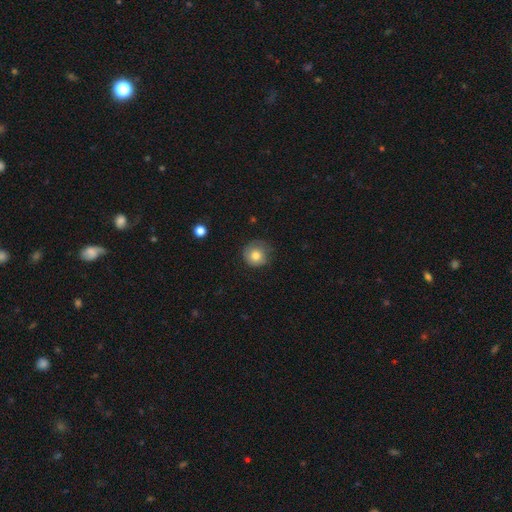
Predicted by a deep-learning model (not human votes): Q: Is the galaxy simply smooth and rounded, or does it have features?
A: smooth — 76%.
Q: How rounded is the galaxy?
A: round — 92%.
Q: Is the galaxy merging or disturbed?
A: none — 69%.